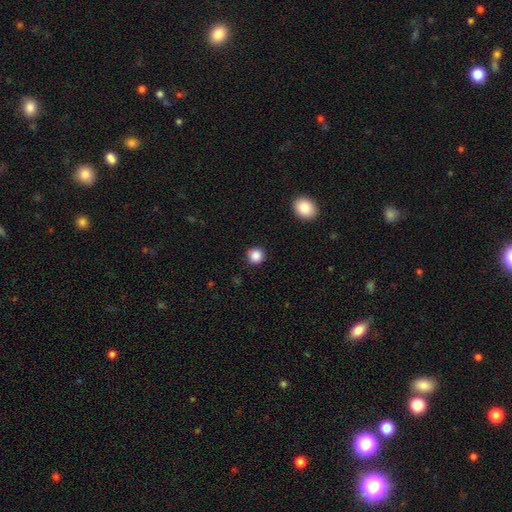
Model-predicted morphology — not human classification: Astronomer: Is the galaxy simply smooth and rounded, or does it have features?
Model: smooth — 87%.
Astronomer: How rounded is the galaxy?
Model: round — 93%.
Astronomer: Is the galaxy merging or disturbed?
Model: none — 91%.